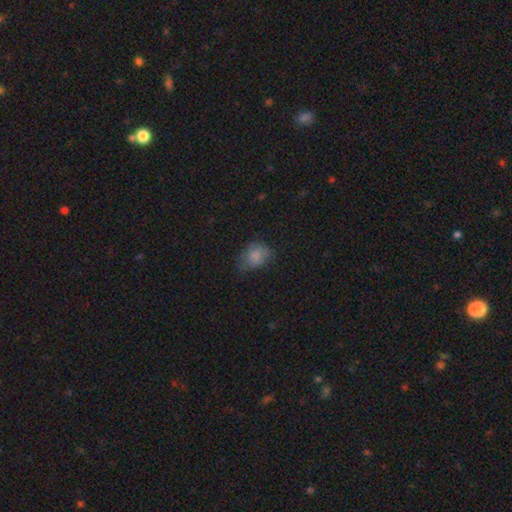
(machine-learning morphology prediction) smooth_or_featured: smooth (p=0.81) [alt: star or artifact p=0.10]
how_rounded: in between (p=0.59) [alt: round p=0.40]
merging: none (p=0.55) [alt: minor disturbance p=0.33]